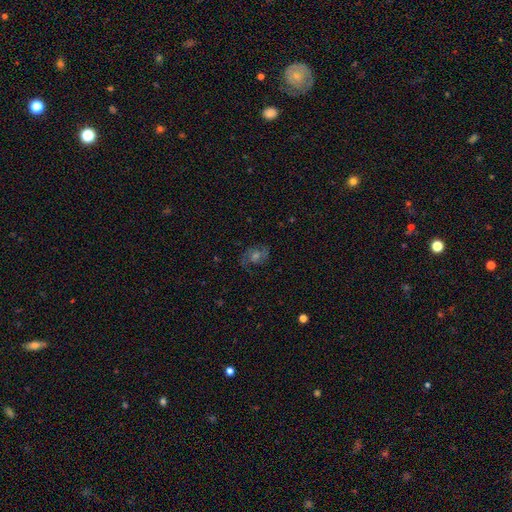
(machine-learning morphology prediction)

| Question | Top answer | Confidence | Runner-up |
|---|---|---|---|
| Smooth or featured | featured or disk | 63% | star or artifact (19%) |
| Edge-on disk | no | 96% | yes (4%) |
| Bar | no | 63% | weak (31%) |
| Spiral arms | yes | 89% | no (11%) |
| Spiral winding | medium | 49% | tight (30%) |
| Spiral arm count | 2 | 74% | can't tell (14%) |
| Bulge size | moderate | 56% | small (28%) |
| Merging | none | 76% | minor disturbance (15%) |